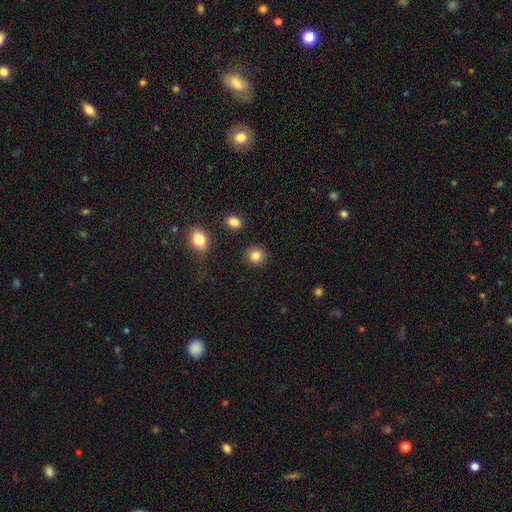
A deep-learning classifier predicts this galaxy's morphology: Smooth or featured? Predicted: smooth (p=0.85). How rounded? Predicted: round (p=0.89). Merging? Predicted: none (p=0.90).